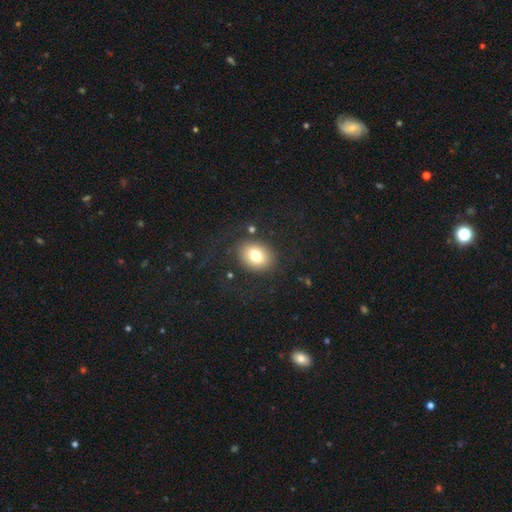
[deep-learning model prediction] smooth 76%, featured or disk 14%, star or artifact 10%. Down the decision tree: how rounded — in between (53%); merging — none (81%).